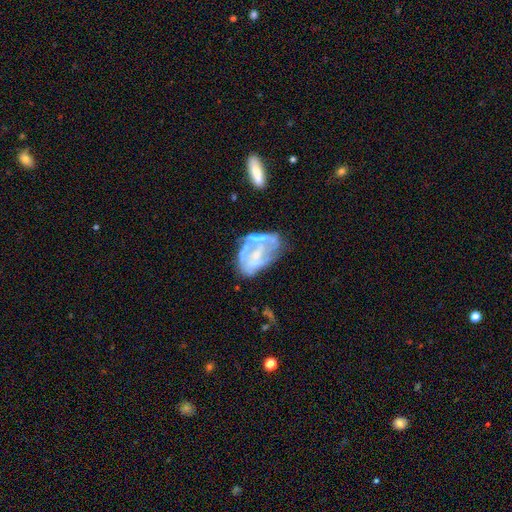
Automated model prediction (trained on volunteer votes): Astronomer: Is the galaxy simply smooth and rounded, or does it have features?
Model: featured or disk — 73%.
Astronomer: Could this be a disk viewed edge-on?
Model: no — 97%.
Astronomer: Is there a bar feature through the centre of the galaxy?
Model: no — 74%.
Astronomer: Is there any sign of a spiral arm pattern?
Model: no — 64%.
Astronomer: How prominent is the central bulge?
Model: none — 41% (runner-up: small, 31%).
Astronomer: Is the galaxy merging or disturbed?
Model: none — 37% (runner-up: major disturbance, 24%).